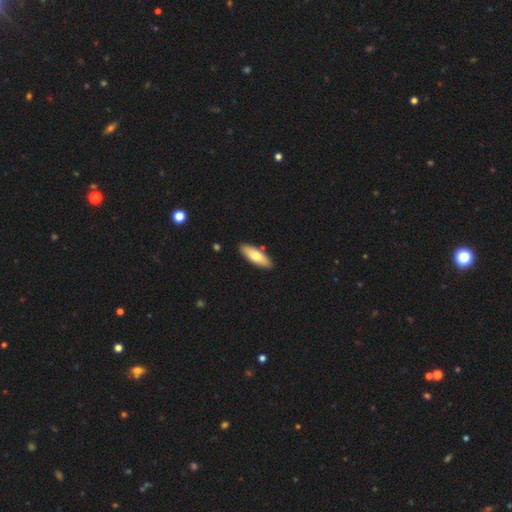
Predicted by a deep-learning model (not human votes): Smooth or featured? smooth (70%)
How rounded? in between (58%)
Merging? none (88%)